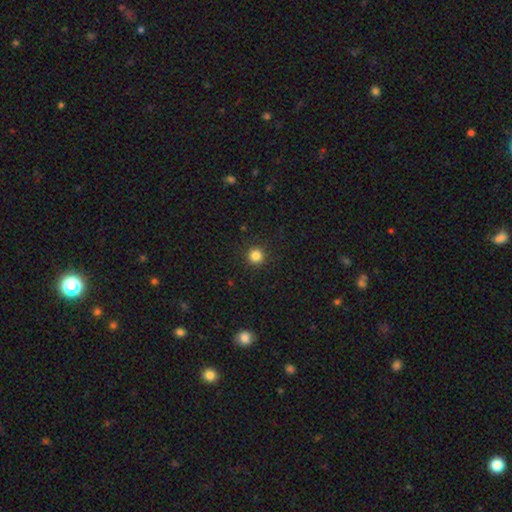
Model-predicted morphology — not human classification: Q: Smooth or featured?
A: smooth (84%); runner-up: star or artifact (12%)
Q: How rounded?
A: round (95%); runner-up: in between (4%)
Q: Merging?
A: none (92%); runner-up: minor disturbance (5%)